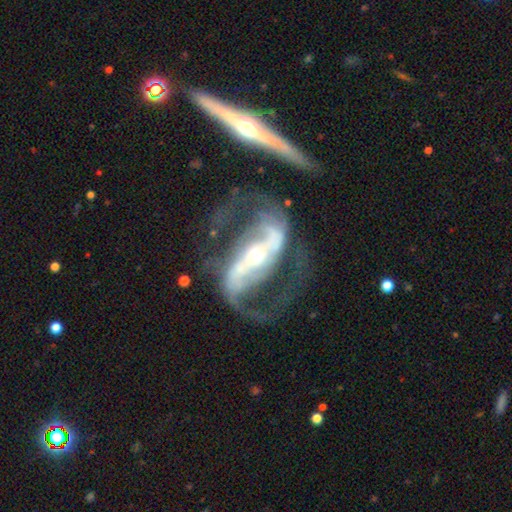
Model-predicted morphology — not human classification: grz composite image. It shows a featured or disk galaxy (91%) with a strong bar (70%), 2 (92%) medium (45%) spiral arms (95%) and a small central bulge (50%). Merging: none (55%).